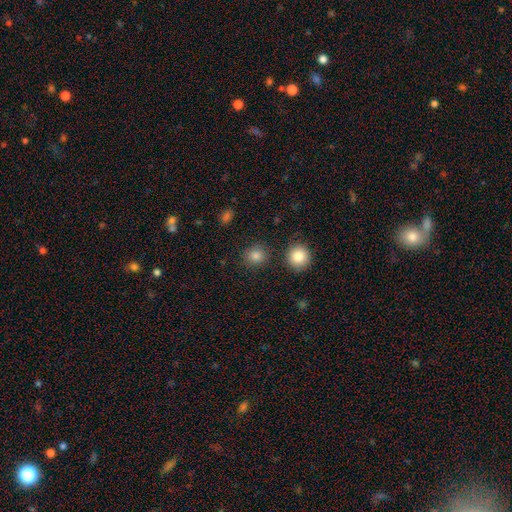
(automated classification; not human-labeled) smooth 84%, star or artifact 12%, featured or disk 5%. Down the decision tree: how rounded — round (88%); merging — none (87%).